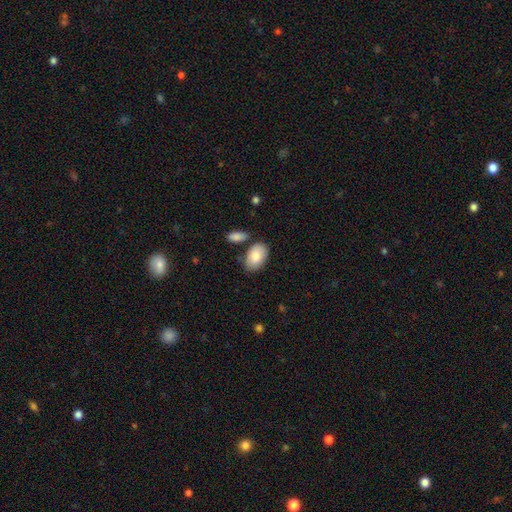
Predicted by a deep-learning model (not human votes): Smooth or featured? Predicted: smooth (p=0.84). How rounded? Predicted: in between (p=0.93). Merging? Predicted: none (p=0.71).